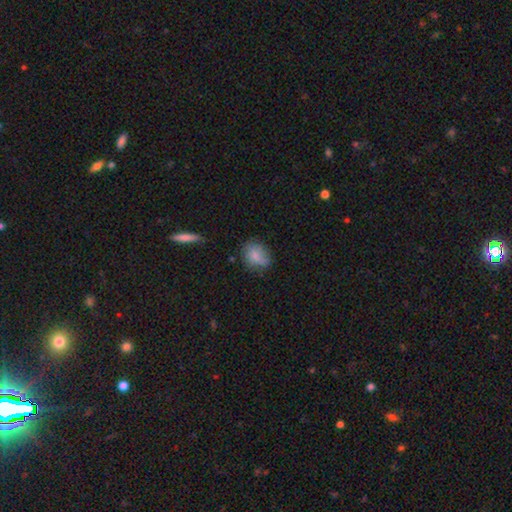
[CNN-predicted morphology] smooth 77%, featured or disk 14%, star or artifact 9%. Down the decision tree: how rounded — in between (58%); merging — none (56%).